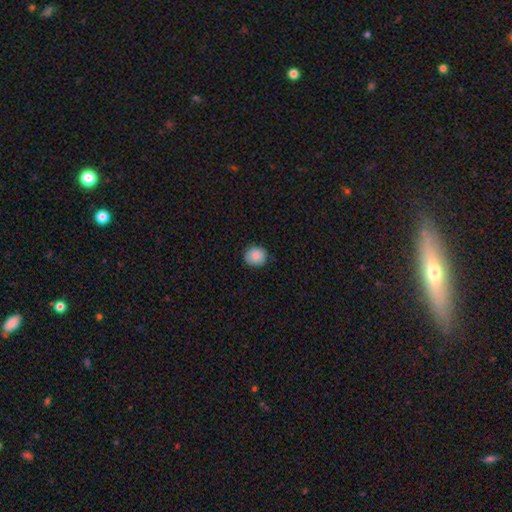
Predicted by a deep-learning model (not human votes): This appears to be a smooth galaxy with no disk features (87%) that is round (88%). Merging: none (88%).